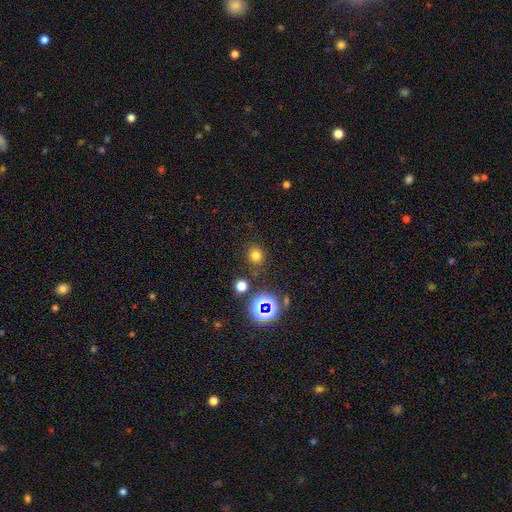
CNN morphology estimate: A smooth galaxy with no disk features (70%) that is round (88%). Merging: none (81%).